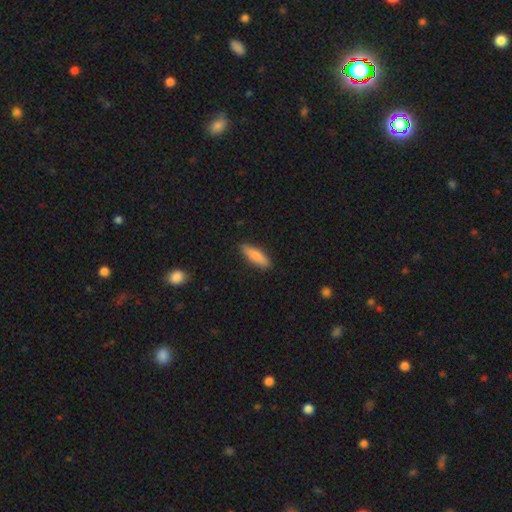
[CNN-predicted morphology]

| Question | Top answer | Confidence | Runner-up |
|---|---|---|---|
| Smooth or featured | smooth | 81% | featured or disk (13%) |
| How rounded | cigar-shaped | 67% | in between (32%) |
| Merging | none | 89% | minor disturbance (8%) |